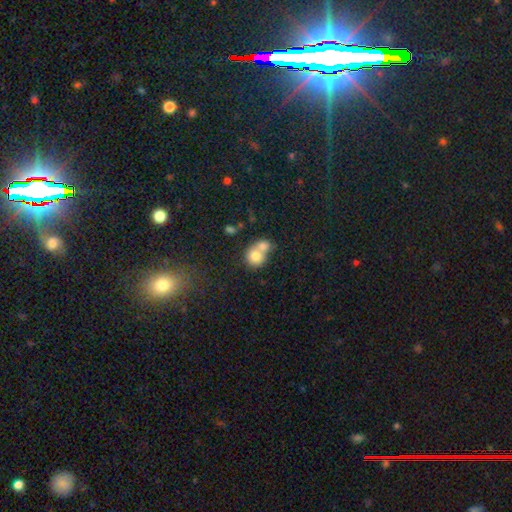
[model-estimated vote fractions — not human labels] Smooth or featured: smooth — 77% (featured or disk — 14%)
How rounded: round — 73% (in between — 26%)
Merging: merger — 68% (none — 24%)